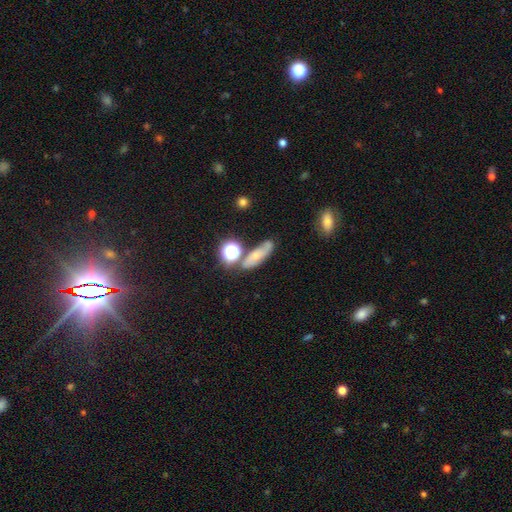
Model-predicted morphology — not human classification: Q: Smooth or featured?
A: smooth (50%); runner-up: featured or disk (33%)
Q: Merging?
A: none (59%); runner-up: minor disturbance (21%)